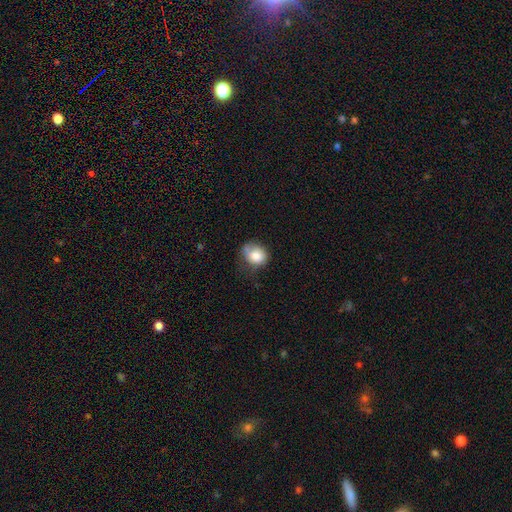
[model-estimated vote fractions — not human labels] smooth_or_featured: smooth (p=0.78) [alt: featured or disk p=0.13]
how_rounded: round (p=0.60) [alt: in between p=0.39]
merging: none (p=0.42) [alt: minor disturbance p=0.36]